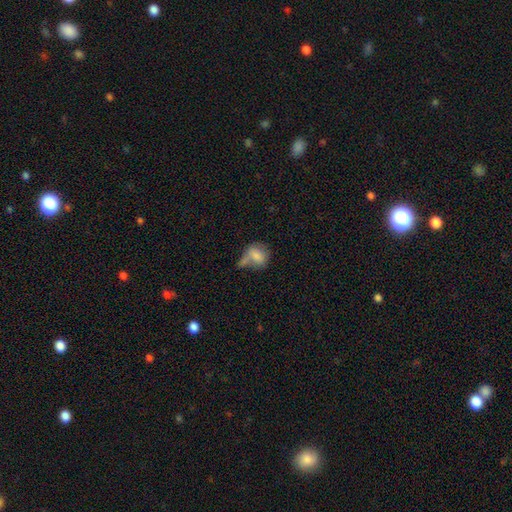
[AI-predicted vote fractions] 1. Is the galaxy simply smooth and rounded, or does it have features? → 72% smooth, 18% featured or disk, 9% star or artifact.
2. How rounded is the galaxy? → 52% in between, 46% round, 2% cigar-shaped.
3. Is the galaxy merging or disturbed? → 32% none, 28% merger, 23% minor disturbance, 18% major disturbance.